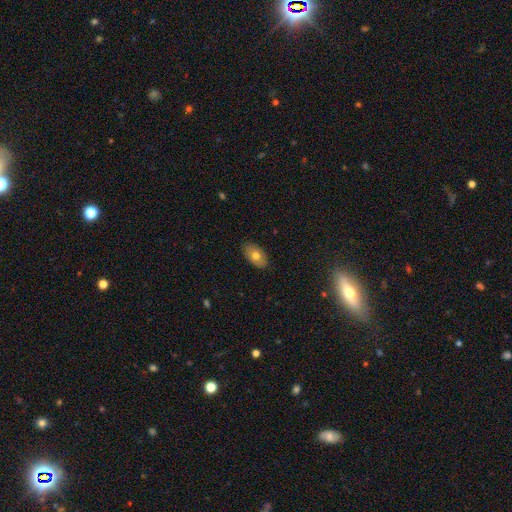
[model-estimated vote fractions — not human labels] smooth 71%, featured or disk 21%, star or artifact 7%. Down the decision tree: how rounded — in between (92%); merging — none (86%).